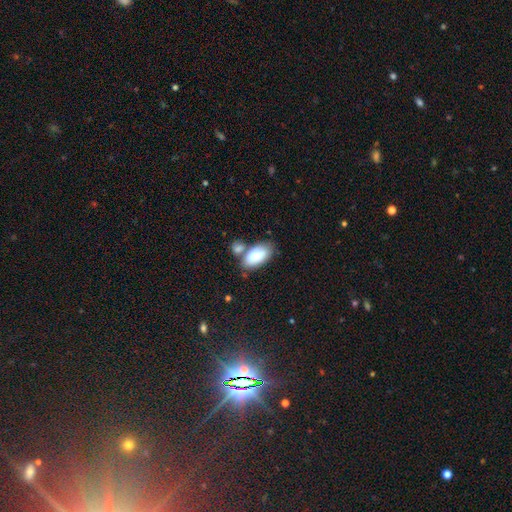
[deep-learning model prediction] smooth-or-featured: smooth: 85% | featured or disk: 9% | star or artifact: 6%
  how-rounded: in between: 94% | round: 3% | cigar-shaped: 3%
  merging: none: 48% | merger: 29% | minor disturbance: 17% | major disturbance: 6%